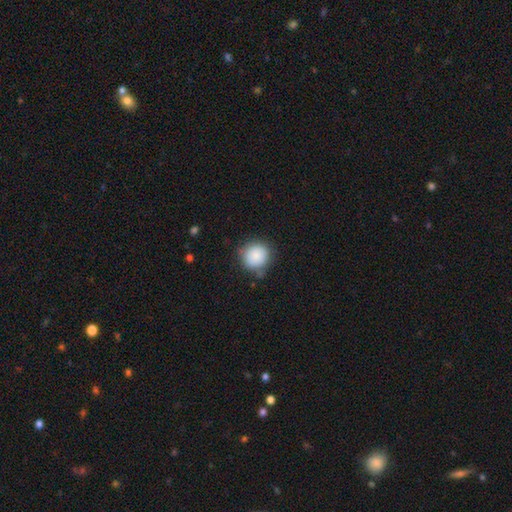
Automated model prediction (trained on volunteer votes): smooth 84%, star or artifact 8%, featured or disk 8%. Down the decision tree: how rounded — round (90%); merging — none (75%).